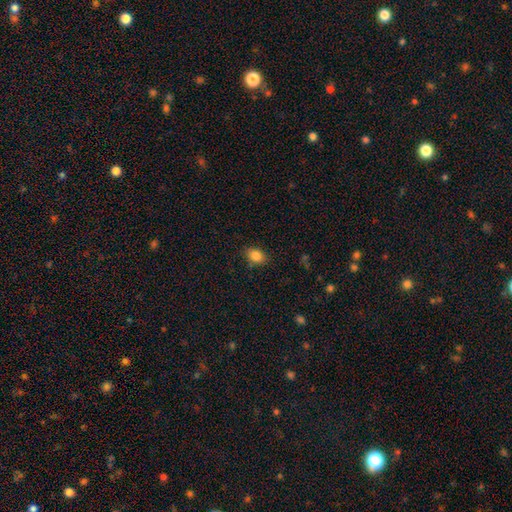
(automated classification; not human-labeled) This is clearly a smooth galaxy (84%). How rounded: likely in between (73%). Merging: clearly none (85%).